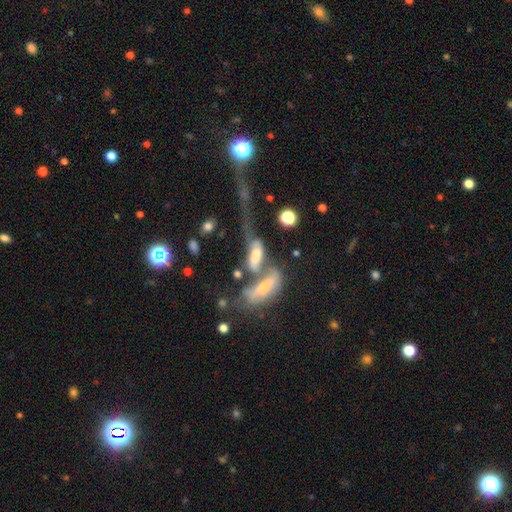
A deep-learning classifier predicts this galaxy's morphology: Smooth or featured? Predicted: smooth (p=0.46). Merging? Predicted: merger (p=0.65).